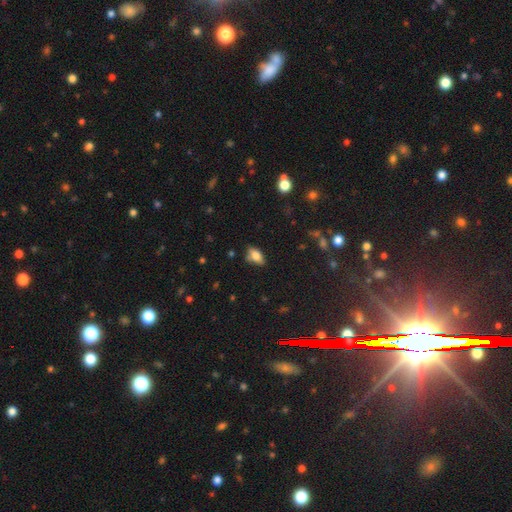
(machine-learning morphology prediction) smooth-or-featured: smooth: 75% | featured or disk: 16% | star or artifact: 10%
  how-rounded: in between: 88% | cigar-shaped: 7% | round: 6%
  merging: none: 68% | minor disturbance: 23% | major disturbance: 5% | merger: 4%